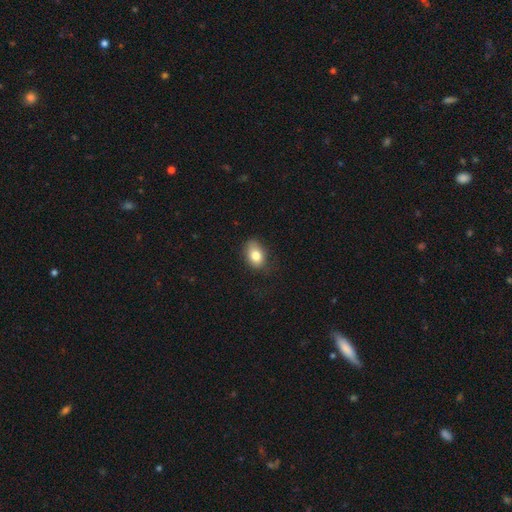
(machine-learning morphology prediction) A smooth galaxy with no disk features (80%) that is in between round and cigar-shaped (82%). Merging: none (70%).